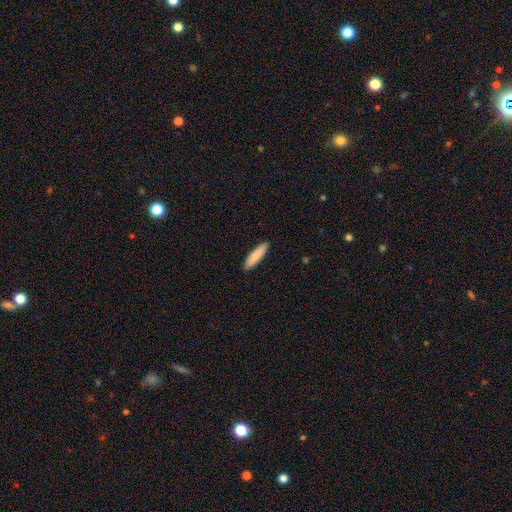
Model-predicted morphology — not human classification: type=smooth (87%); roundness=cigar-shaped (79%); merging=none (91%).